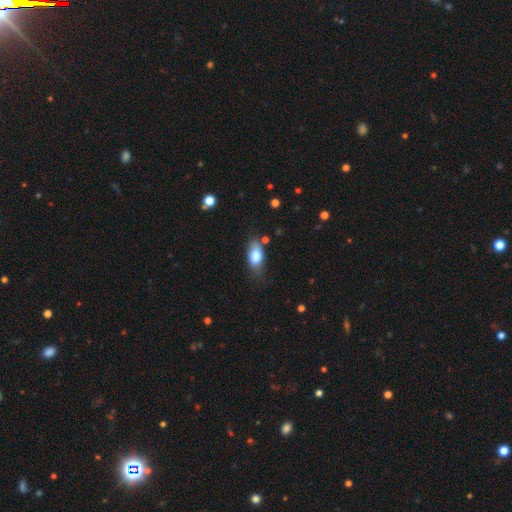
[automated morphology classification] This appears to be a smooth galaxy with no disk features (81%) that is in between round and cigar-shaped (87%). Merging: none (67%).